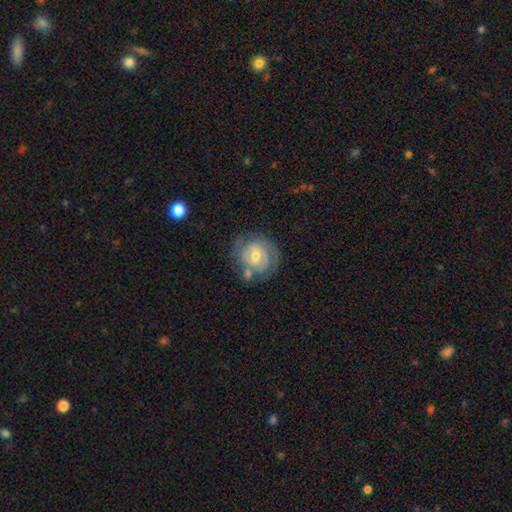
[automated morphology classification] Smooth or featured: featured or disk — 62% (smooth — 31%)
Edge-on disk: no — 97% (yes — 3%)
Bar: no — 50% (weak — 41%)
Spiral arms: yes — 72% (no — 28%)
Bulge size: moderate — 58% (small — 37%)
Merging: none — 62% (minor disturbance — 19%)